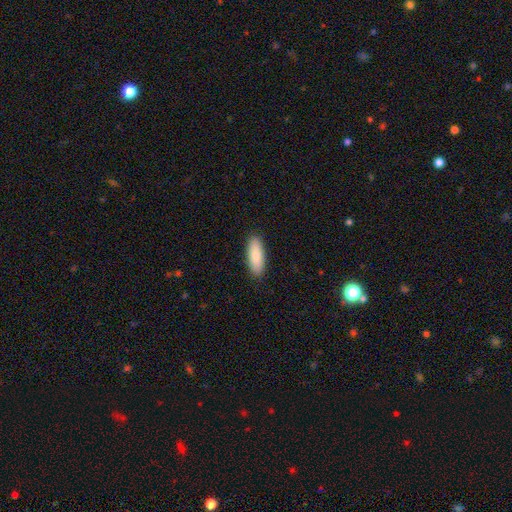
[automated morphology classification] The model was most divided on "how rounded": in between: 67%, cigar-shaped: 31%, round: 2%. More confident: merging — none (90%); smooth or featured — smooth (86%).